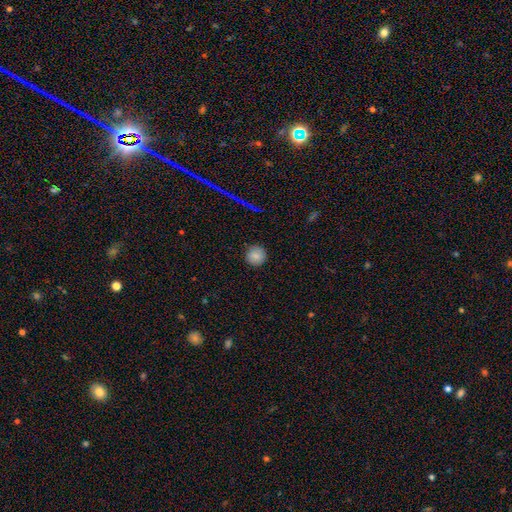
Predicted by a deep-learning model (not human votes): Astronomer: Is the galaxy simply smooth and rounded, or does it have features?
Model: smooth — 86%.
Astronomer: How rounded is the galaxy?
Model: round — 94%.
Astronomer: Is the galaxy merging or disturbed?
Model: none — 91%.